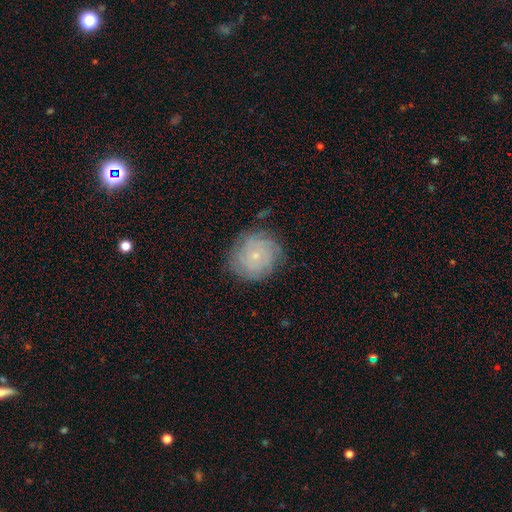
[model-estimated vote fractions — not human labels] Smooth or featured?
  - featured or disk: 64% *
  - smooth: 26%
  - star or artifact: 9%
Edge-on disk?
  - no: 97% *
  - yes: 3%
Bar?
  - no: 84% *
  - weak: 14%
  - strong: 2%
Spiral arms?
  - yes: 90% *
  - no: 10%
Spiral winding?
  - tight: 77% *
  - medium: 17%
  - loose: 5%
Spiral arm count?
  - can't tell: 45% *
  - 4: 15%
  - 3: 14%
  - 2: 11%
  - more than 4: 8%
  - 1: 6%
Bulge size?
  - small: 81% *
  - moderate: 14%
  - none: 2%
  - large: 1%
  - dominant: 1%
Merging?
  - none: 78% *
  - minor disturbance: 15%
  - major disturbance: 5%
  - merger: 1%